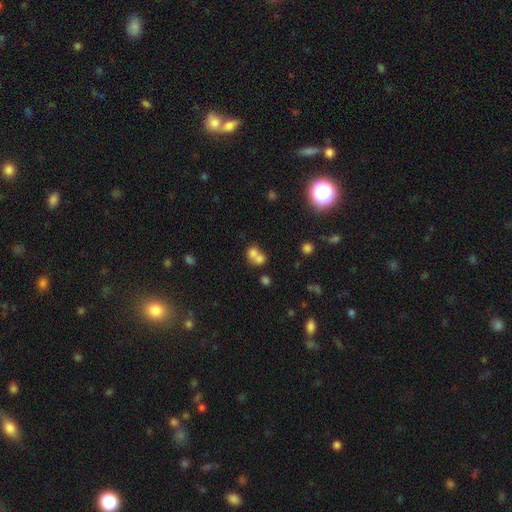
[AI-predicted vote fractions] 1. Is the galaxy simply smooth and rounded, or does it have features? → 71% smooth, 16% featured or disk, 13% star or artifact.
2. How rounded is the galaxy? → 65% round, 34% in between, 1% cigar-shaped.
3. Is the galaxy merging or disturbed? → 67% merger, 25% none, 5% minor disturbance, 3% major disturbance.